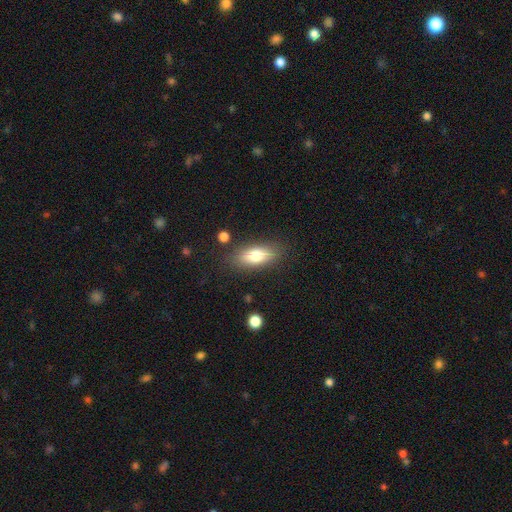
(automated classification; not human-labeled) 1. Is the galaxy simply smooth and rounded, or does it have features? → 72% smooth, 21% featured or disk, 7% star or artifact.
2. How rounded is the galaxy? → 75% in between, 21% cigar-shaped, 4% round.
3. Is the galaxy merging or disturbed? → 83% none, 12% minor disturbance, 3% major disturbance, 2% merger.